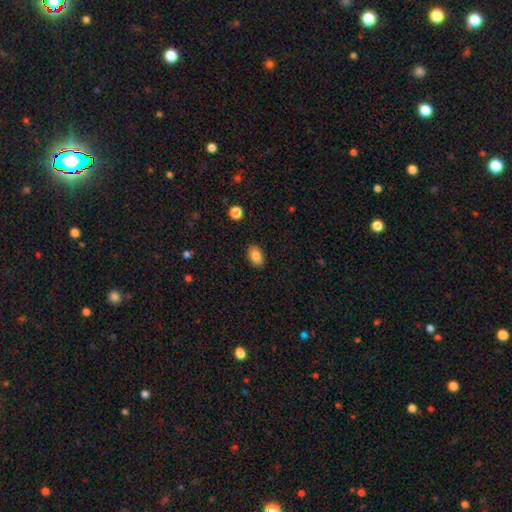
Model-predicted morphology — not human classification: A smooth galaxy with no disk features (84%) that is in between round and cigar-shaped (87%).

Vote fractions:
- Smooth or featured? smooth: 84% / star or artifact: 8% / featured or disk: 8%
- How rounded? in between: 87% / round: 11% / cigar-shaped: 1%
- Merging? none: 88% / minor disturbance: 9% / major disturbance: 2% / merger: 1%